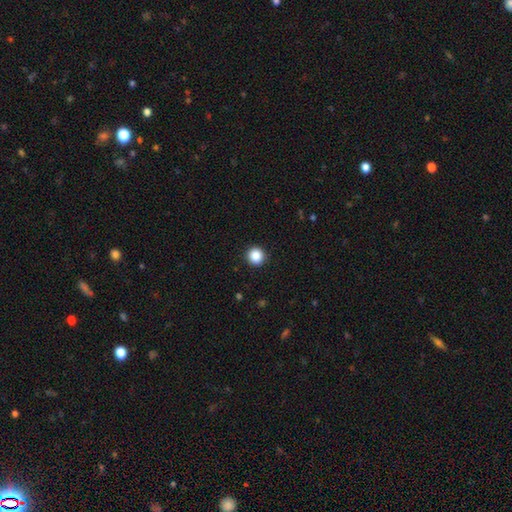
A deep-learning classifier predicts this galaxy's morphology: This appears to be a smooth galaxy with no disk features (87%) that is round (94%). Merging: none (93%).